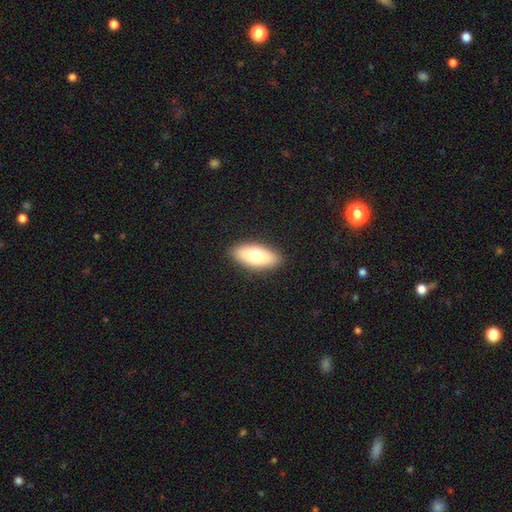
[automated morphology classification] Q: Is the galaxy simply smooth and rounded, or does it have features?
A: smooth — 72%.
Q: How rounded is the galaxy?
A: in between — 84%.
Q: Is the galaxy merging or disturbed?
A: none — 89%.